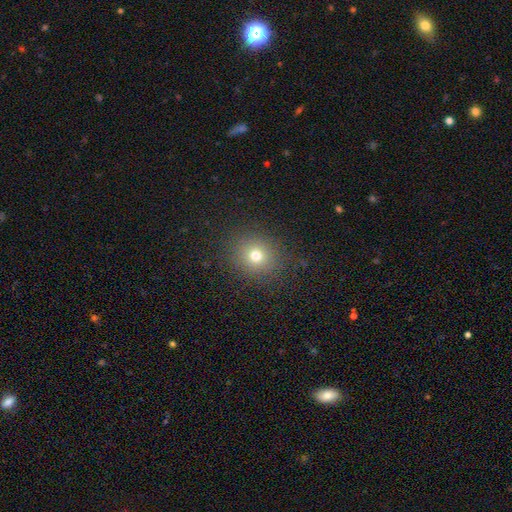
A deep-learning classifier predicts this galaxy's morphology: Smooth or featured? Predicted: smooth (p=0.73). How rounded? Predicted: round (p=0.84). Merging? Predicted: none (p=0.87).